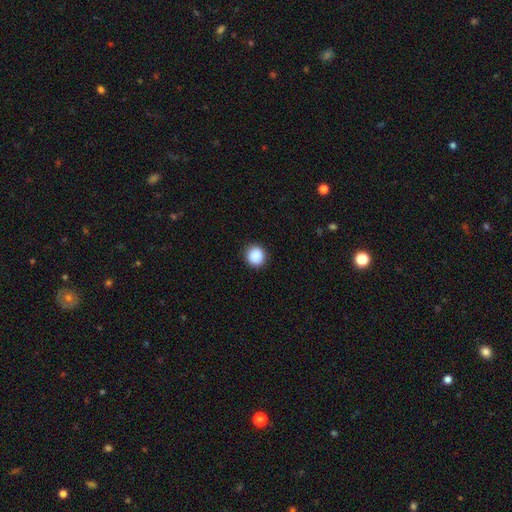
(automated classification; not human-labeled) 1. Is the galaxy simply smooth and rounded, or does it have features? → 89% smooth, 8% star or artifact, 3% featured or disk.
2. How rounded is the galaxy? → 91% round, 8% in between, 1% cigar-shaped.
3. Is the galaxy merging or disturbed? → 90% none, 7% minor disturbance, 2% major disturbance, 1% merger.